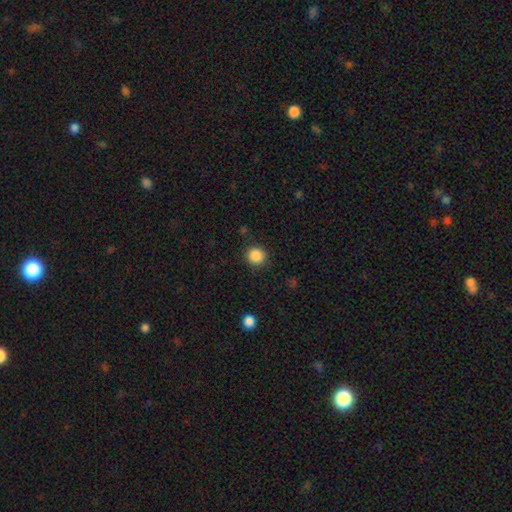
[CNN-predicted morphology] Overall: smooth (87%). How rounded: round (92%). Merging: none (88%).